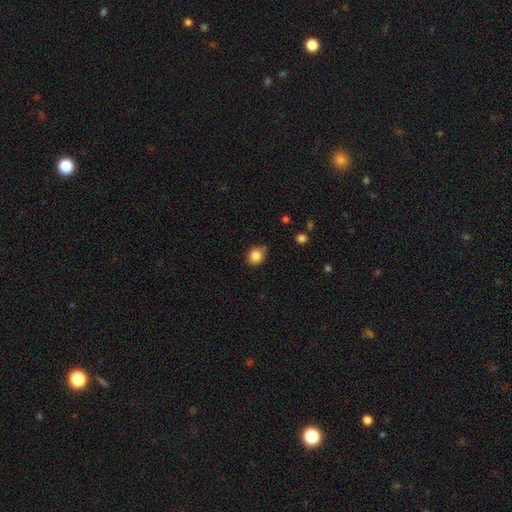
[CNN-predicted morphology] This is clearly a smooth galaxy (84%). How rounded: likely round (75%). Merging: likely none (76%).